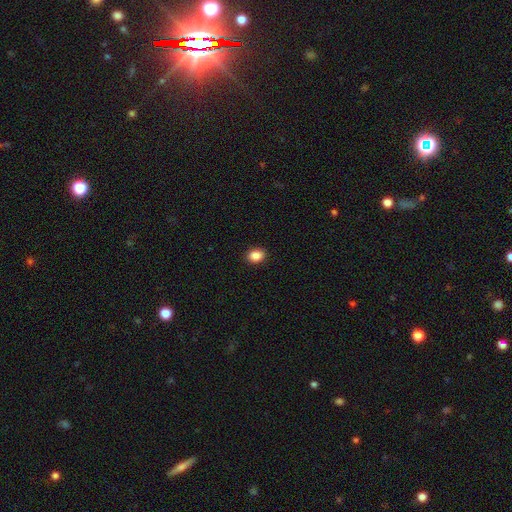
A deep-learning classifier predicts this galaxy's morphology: smooth 88%, star or artifact 9%, featured or disk 4%. Down the decision tree: how rounded — in between (62%); merging — none (91%).